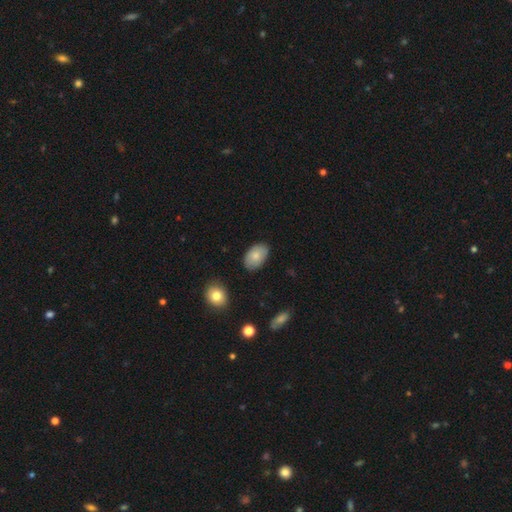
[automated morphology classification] smooth-or-featured: smooth: 79% | featured or disk: 15% | star or artifact: 6%
  how-rounded: in between: 91% | round: 8% | cigar-shaped: 1%
  merging: none: 81% | minor disturbance: 14% | major disturbance: 3% | merger: 2%